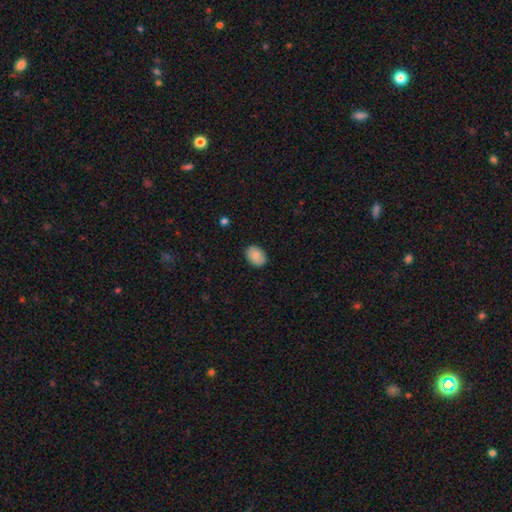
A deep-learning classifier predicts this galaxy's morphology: A smooth galaxy with no disk features (82%) that is in between round and cigar-shaped (71%).

Vote fractions:
- Smooth or featured? smooth: 82% / featured or disk: 11% / star or artifact: 7%
- How rounded? in between: 71% / round: 28% / cigar-shaped: 1%
- Merging? none: 86% / minor disturbance: 11% / major disturbance: 2% / merger: 1%